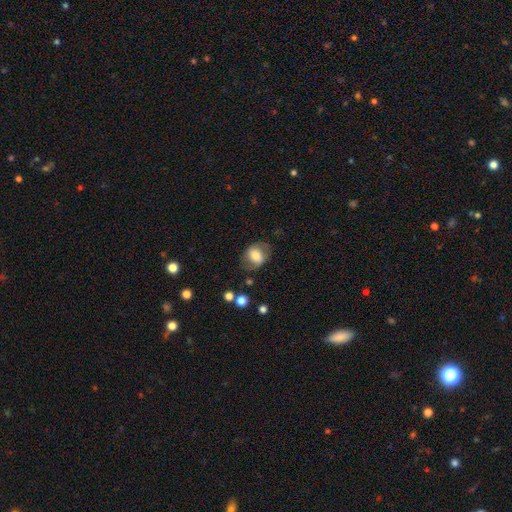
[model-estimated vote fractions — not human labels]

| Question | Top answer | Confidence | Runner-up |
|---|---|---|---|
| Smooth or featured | smooth | 65% | featured or disk (27%) |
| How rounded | in between | 63% | round (36%) |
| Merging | none | 67% | minor disturbance (19%) |